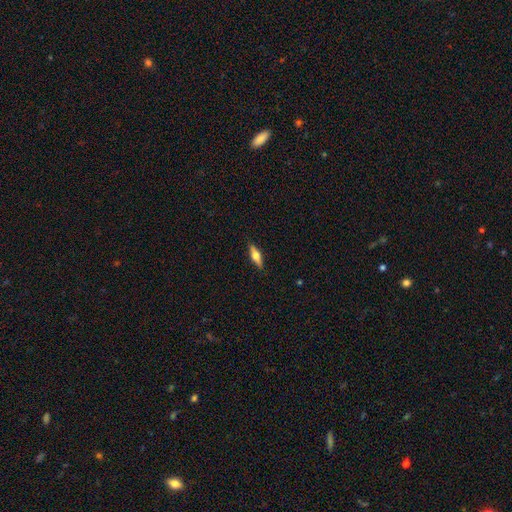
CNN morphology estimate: Smooth or featured?
  - featured or disk: 48% *
  - smooth: 45%
  - star or artifact: 6%
Merging?
  - none: 89% *
  - minor disturbance: 8%
  - major disturbance: 2%
  - merger: 1%